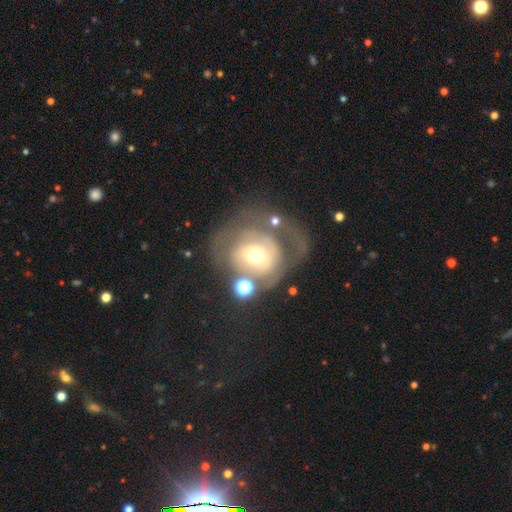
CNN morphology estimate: This appears to be a featured or disk galaxy (60%) with no bar (75%), spiral arms (54%) and a moderate central bulge (63%). Merging: none (38%).